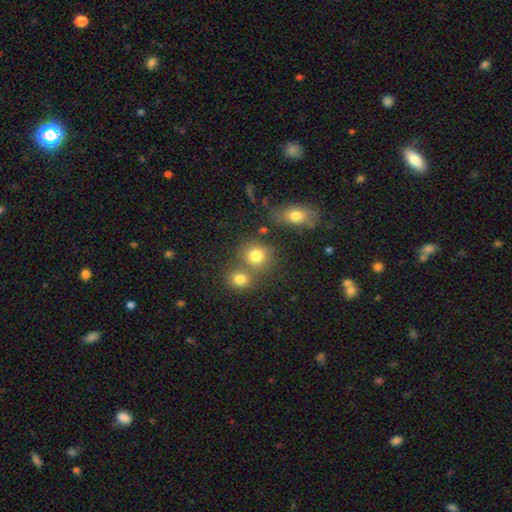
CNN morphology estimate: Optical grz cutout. It shows a smooth galaxy with no disk features (79%) that is round (76%). Merging: none (52%).